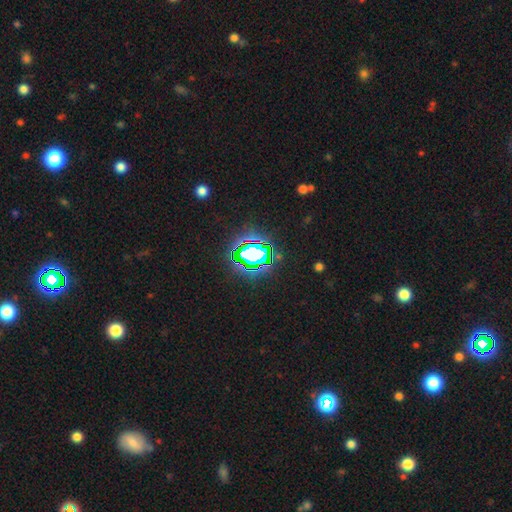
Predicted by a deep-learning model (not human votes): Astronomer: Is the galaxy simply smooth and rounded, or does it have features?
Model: star or artifact — 79%.